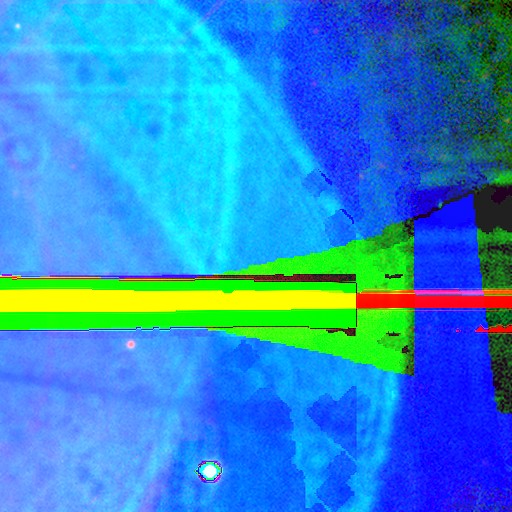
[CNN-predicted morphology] Overall: star or artifact (85%).